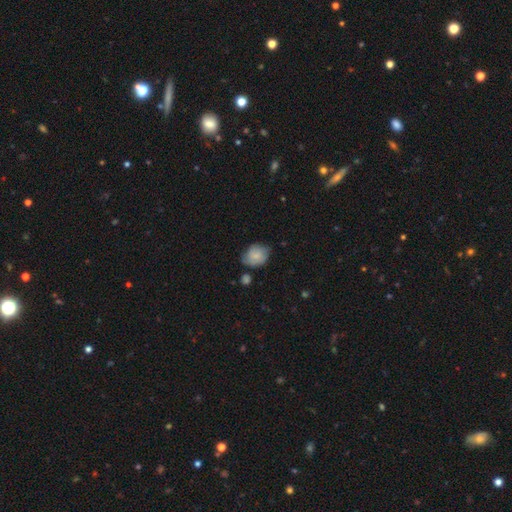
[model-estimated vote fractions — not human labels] smooth-or-featured: smooth: 72% | featured or disk: 20% | star or artifact: 8%
  how-rounded: in between: 53% | round: 46% | cigar-shaped: 1%
  merging: none: 55% | minor disturbance: 33% | major disturbance: 7% | merger: 4%